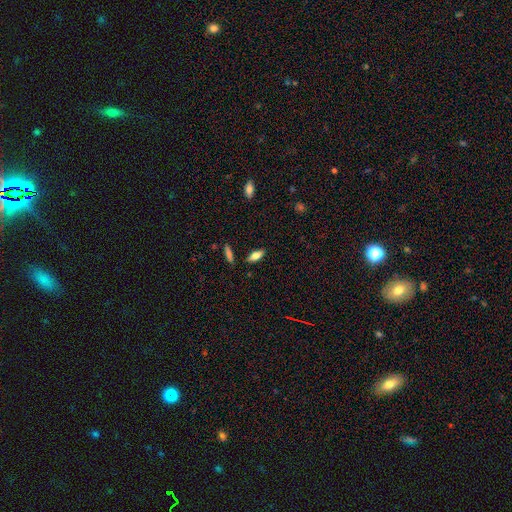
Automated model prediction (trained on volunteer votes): smooth_or_featured: smooth (p=0.70) [alt: featured or disk p=0.22]
how_rounded: in between (p=0.72) [alt: cigar-shaped p=0.25]
merging: none (p=0.87) [alt: minor disturbance p=0.09]